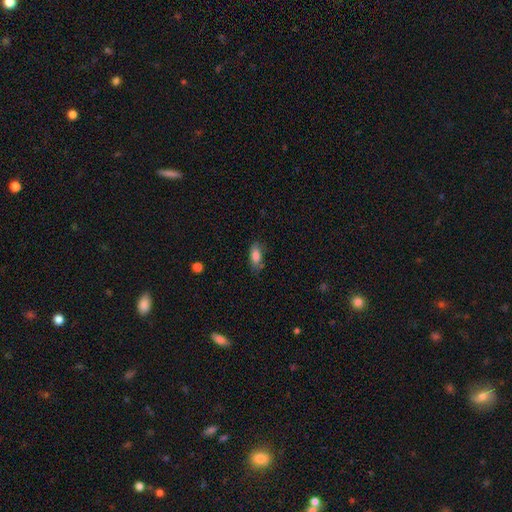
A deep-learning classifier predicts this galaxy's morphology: Smooth or featured? Predicted: smooth (p=0.82). How rounded? Predicted: in between (p=0.82). Merging? Predicted: none (p=0.73).